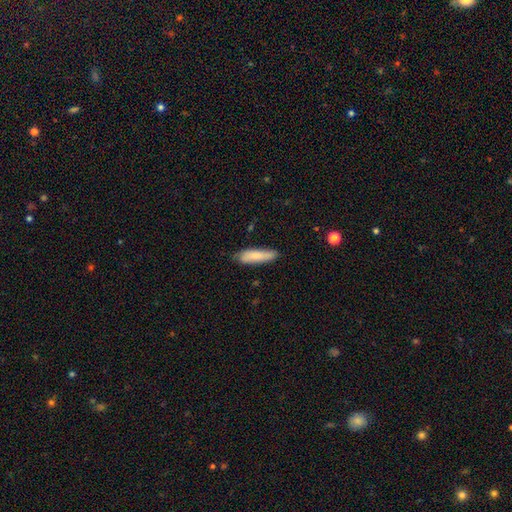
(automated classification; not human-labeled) The model was most divided on "how rounded": cigar-shaped: 68%, in between: 31%, round: 1%. More confident: smooth or featured — smooth (81%); merging — none (76%).